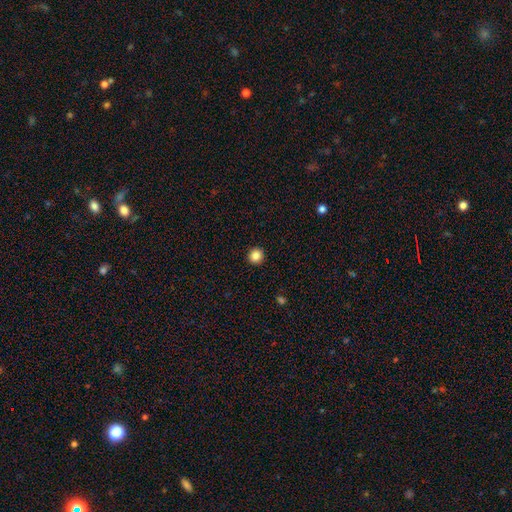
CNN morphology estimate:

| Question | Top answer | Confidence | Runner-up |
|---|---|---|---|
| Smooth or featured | smooth | 86% | star or artifact (11%) |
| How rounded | round | 94% | in between (6%) |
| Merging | none | 93% | minor disturbance (4%) |